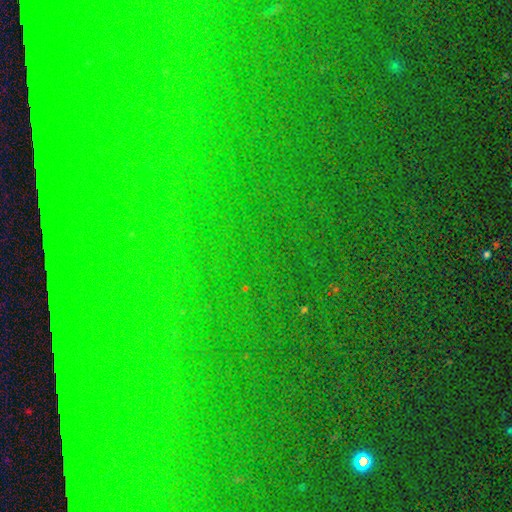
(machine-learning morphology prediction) Smooth or featured? star or artifact (81%)